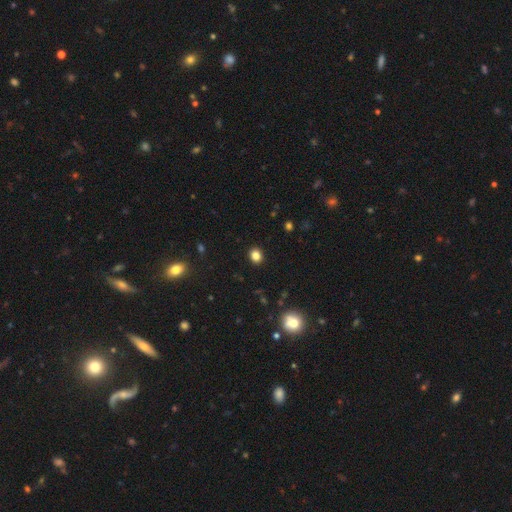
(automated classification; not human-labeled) Overall: smooth (84%). How rounded: round (70%). Merging: none (91%).